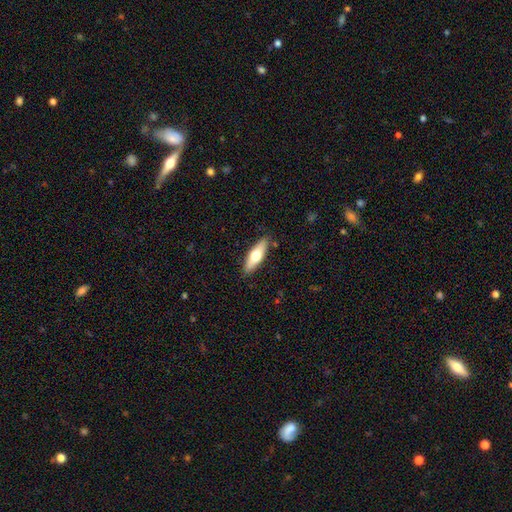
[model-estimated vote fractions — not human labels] Morphology: type=smooth (58%); roundness=cigar-shaped (51%); merging=none (87%).